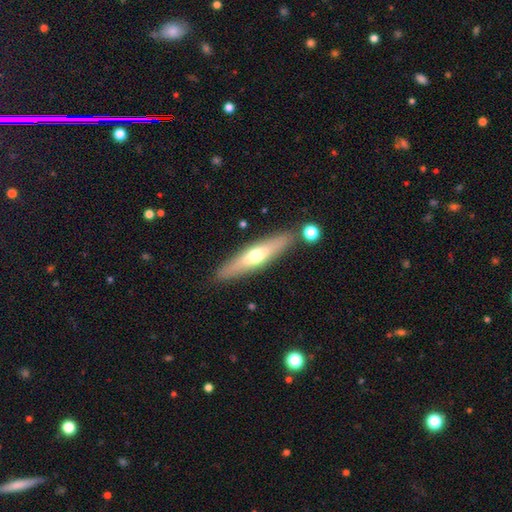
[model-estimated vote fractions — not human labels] This is possibly a featured or disk galaxy (49%). Merging: clearly none (84%).